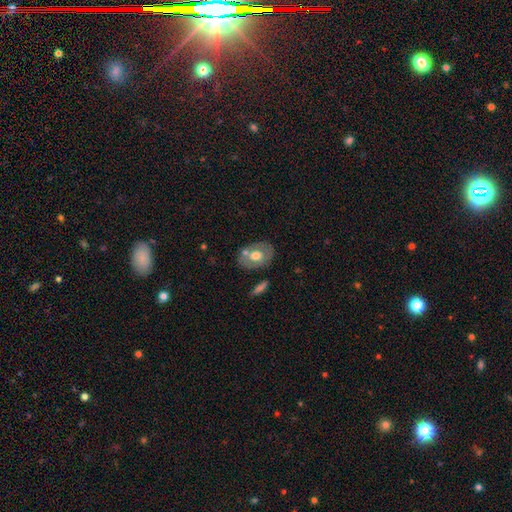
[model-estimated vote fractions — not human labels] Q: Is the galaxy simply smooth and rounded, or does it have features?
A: smooth — 54%.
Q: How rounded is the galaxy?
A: in between — 76%.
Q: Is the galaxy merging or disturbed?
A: none — 67%.